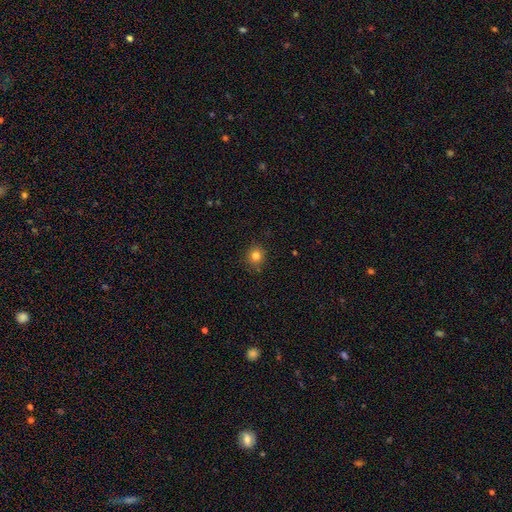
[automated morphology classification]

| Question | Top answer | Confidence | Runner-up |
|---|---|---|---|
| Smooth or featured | smooth | 82% | star or artifact (13%) |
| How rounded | round | 86% | in between (13%) |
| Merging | none | 88% | minor disturbance (9%) |